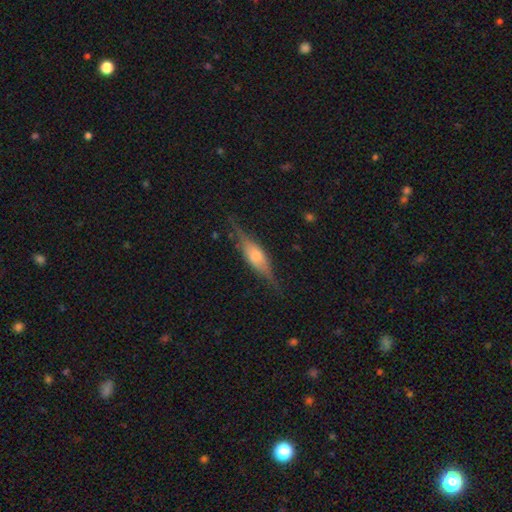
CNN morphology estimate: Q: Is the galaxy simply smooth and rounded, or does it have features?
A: featured or disk — 67%.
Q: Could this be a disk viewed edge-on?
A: yes — 94%.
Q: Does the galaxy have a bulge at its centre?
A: rounded — 75%.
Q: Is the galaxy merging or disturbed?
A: none — 79%.